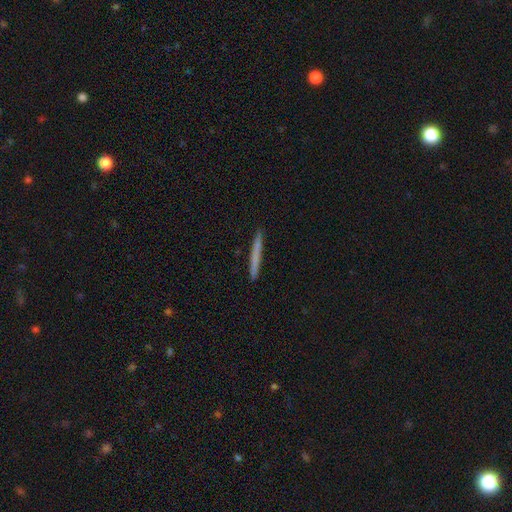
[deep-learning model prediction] Smooth or featured: smooth — 65% (featured or disk — 29%)
How rounded: cigar-shaped — 97% (in between — 2%)
Merging: none — 92% (minor disturbance — 5%)